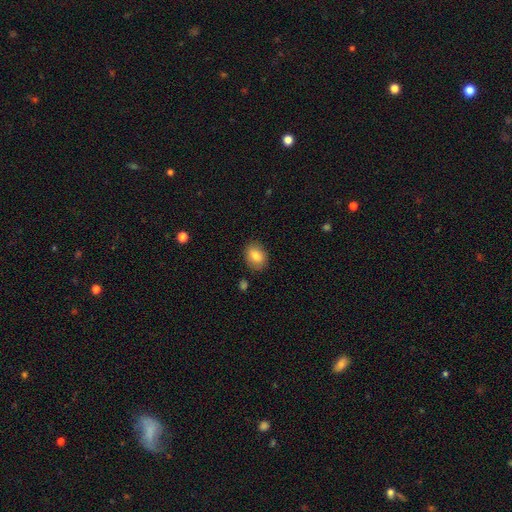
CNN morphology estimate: Smooth or featured? smooth (82%)
How rounded? in between (67%)
Merging? none (85%)